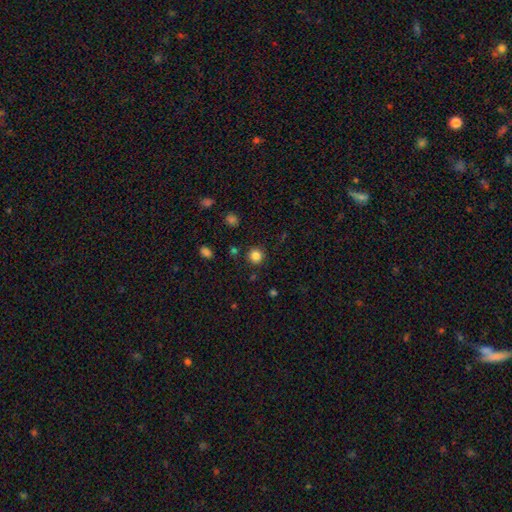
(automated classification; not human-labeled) Smooth or featured: smooth — 84% (star or artifact — 12%)
How rounded: round — 93% (in between — 6%)
Merging: none — 89% (minor disturbance — 6%)